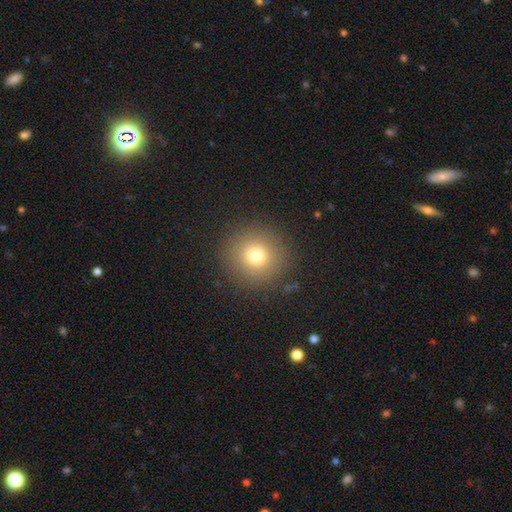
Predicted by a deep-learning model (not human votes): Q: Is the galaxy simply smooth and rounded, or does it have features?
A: smooth — 75%.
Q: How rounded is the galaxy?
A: round — 94%.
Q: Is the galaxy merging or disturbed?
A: none — 89%.